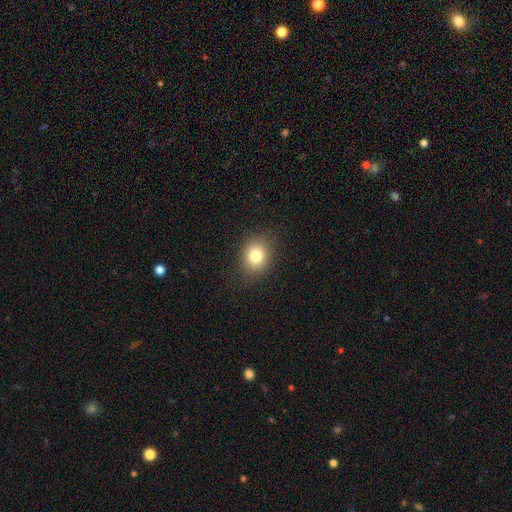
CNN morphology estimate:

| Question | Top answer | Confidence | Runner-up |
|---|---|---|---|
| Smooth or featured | smooth | 79% | star or artifact (12%) |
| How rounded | round | 63% | in between (36%) |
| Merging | none | 86% | minor disturbance (10%) |